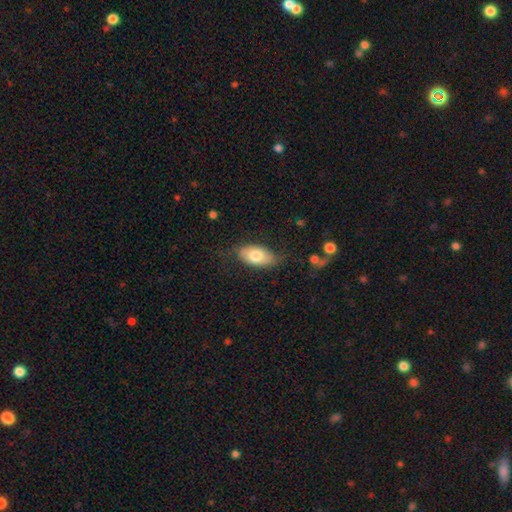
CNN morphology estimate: A smooth galaxy with no disk features (71%) that is in between round and cigar-shaped (92%).

Vote fractions:
- Smooth or featured? smooth: 71% / featured or disk: 23% / star or artifact: 6%
- How rounded? in between: 92% / round: 4% / cigar-shaped: 4%
- Merging? none: 68% / minor disturbance: 23% / major disturbance: 7% / merger: 2%